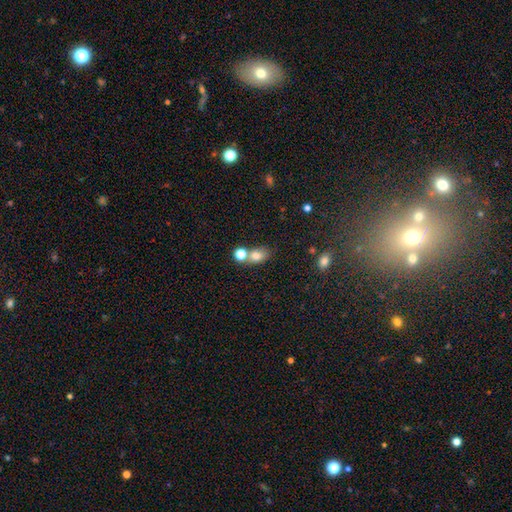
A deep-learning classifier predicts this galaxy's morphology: Overall: smooth (78%). How rounded: in between (64%; round 33%). Merging: none (47%; merger 37%).